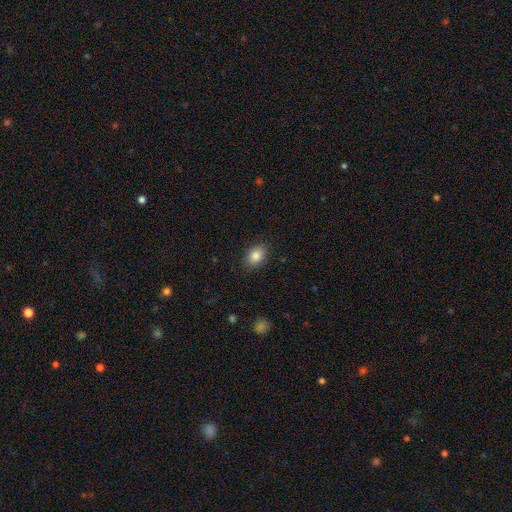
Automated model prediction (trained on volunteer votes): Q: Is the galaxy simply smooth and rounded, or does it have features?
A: smooth — 85%.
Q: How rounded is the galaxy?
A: in between — 77%.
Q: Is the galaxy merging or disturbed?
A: none — 86%.